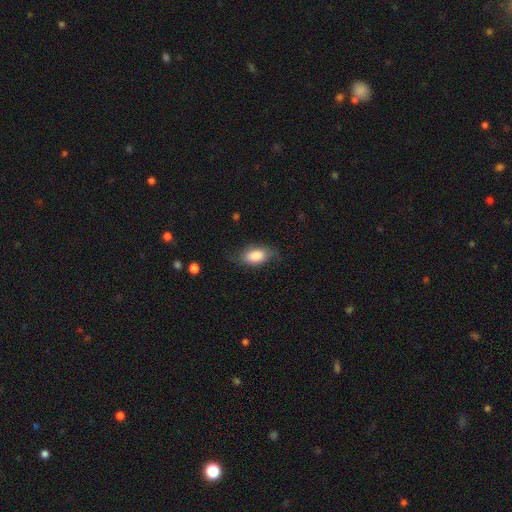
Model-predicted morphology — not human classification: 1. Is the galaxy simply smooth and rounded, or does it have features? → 75% smooth, 18% featured or disk, 7% star or artifact.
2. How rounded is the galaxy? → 90% in between, 7% round, 3% cigar-shaped.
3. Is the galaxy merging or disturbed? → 66% none, 24% minor disturbance, 9% major disturbance, 1% merger.